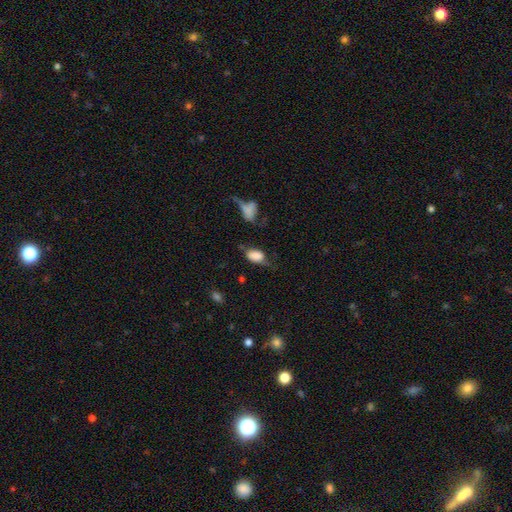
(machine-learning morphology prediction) Q: Smooth or featured?
A: smooth (80%); runner-up: featured or disk (11%)
Q: How rounded?
A: in between (89%); runner-up: round (8%)
Q: Merging?
A: none (37%); runner-up: minor disturbance (33%)